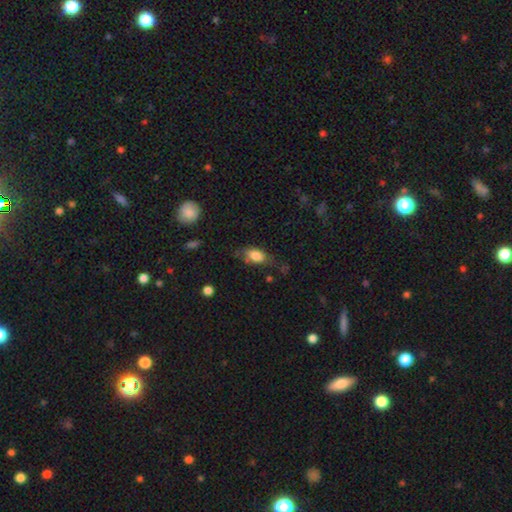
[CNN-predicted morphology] This appears to be a smooth galaxy with no disk features (78%) that is in between round and cigar-shaped (86%). Merging: none (58%).